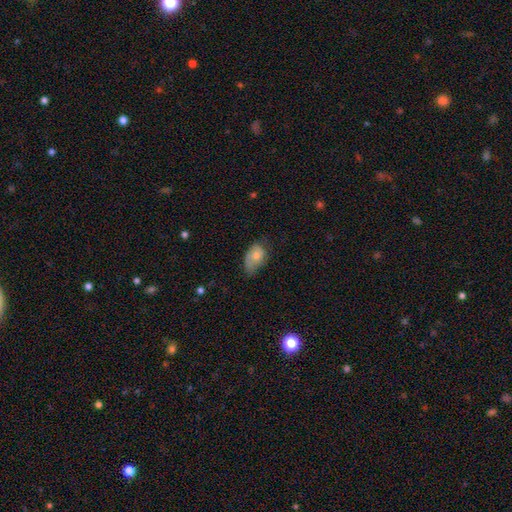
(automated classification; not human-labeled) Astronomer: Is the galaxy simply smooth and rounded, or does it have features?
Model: smooth — 71%.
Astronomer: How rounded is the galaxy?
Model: in between — 86%.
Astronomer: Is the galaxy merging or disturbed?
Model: minor disturbance — 43% (runner-up: none, 33%).